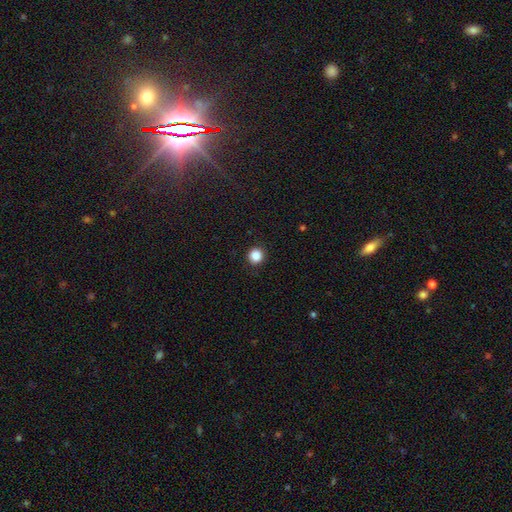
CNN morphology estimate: A smooth galaxy with no disk features (87%) that is round (94%).

Vote fractions:
- Smooth or featured? smooth: 87% / star or artifact: 10% / featured or disk: 3%
- How rounded? round: 94% / in between: 5% / cigar-shaped: 1%
- Merging? none: 92% / minor disturbance: 5% / major disturbance: 2% / merger: 1%